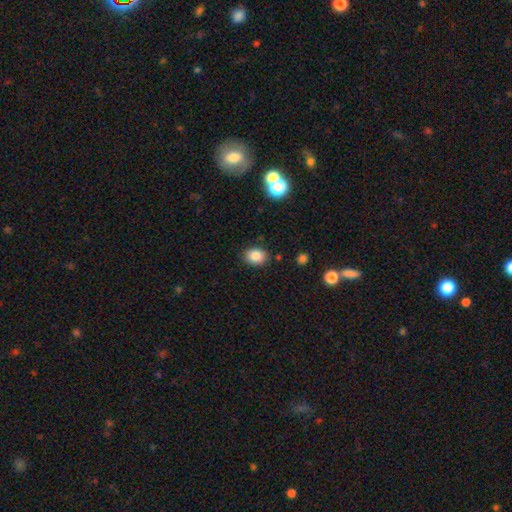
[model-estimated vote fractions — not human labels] Smooth or featured: smooth — 84% (star or artifact — 10%)
How rounded: in between — 58% (round — 41%)
Merging: none — 84% (minor disturbance — 11%)